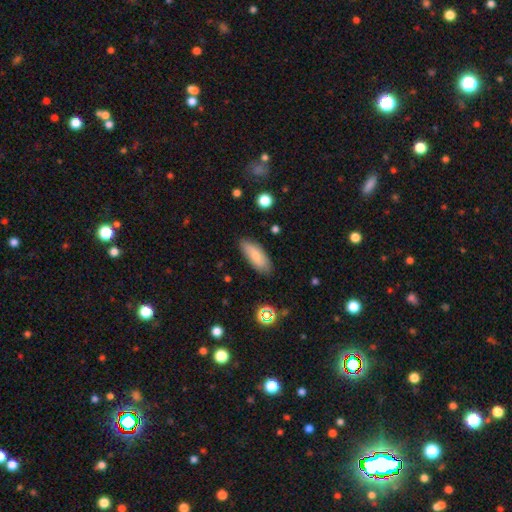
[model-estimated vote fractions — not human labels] Smooth or featured: smooth — 76% (featured or disk — 17%)
How rounded: in between — 76% (cigar-shaped — 22%)
Merging: none — 83% (minor disturbance — 13%)